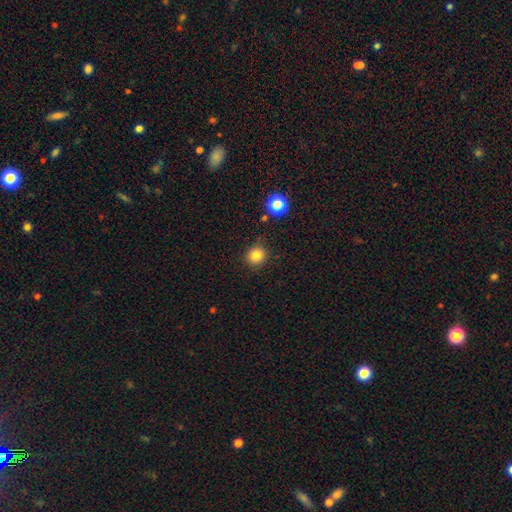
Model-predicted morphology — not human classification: smooth 84%, star or artifact 12%, featured or disk 4%. Down the decision tree: how rounded — round (88%); merging — none (86%).